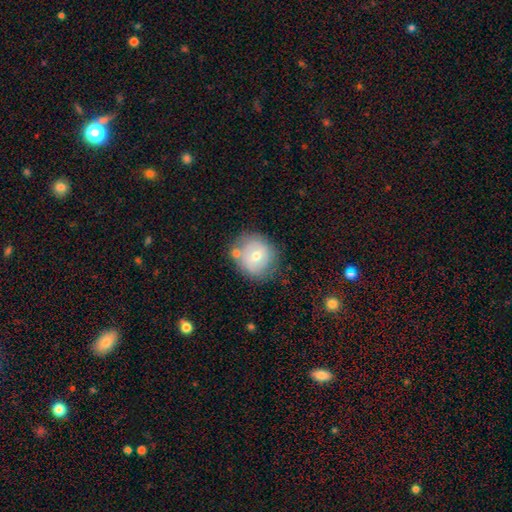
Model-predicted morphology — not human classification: Q: Smooth or featured?
A: smooth (60%); runner-up: featured or disk (32%)
Q: How rounded?
A: round (85%); runner-up: in between (14%)
Q: Merging?
A: none (62%); runner-up: minor disturbance (19%)